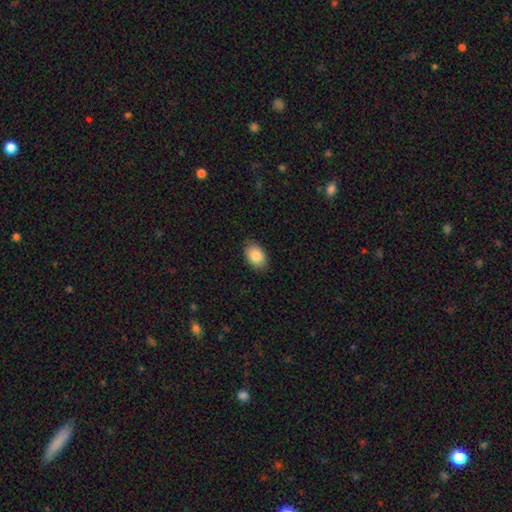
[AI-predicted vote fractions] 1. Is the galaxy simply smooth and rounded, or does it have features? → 87% smooth, 7% star or artifact, 6% featured or disk.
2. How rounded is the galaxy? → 87% in between, 12% round, 1% cigar-shaped.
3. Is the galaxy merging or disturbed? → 87% none, 10% minor disturbance, 2% major disturbance, 1% merger.